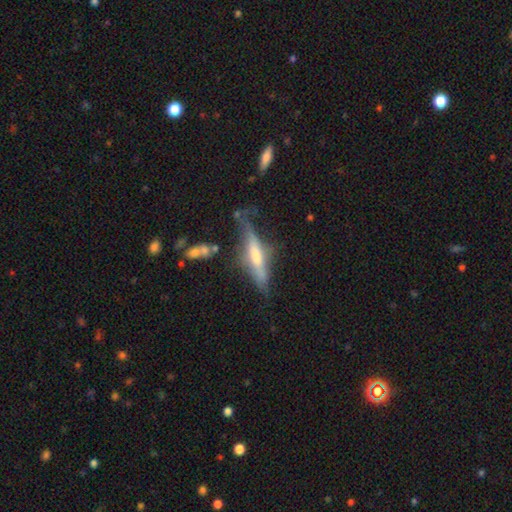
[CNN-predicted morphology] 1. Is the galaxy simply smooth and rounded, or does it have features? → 60% featured or disk, 32% smooth, 7% star or artifact.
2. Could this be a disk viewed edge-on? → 88% yes, 12% no.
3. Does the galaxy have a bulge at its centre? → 64% rounded, 21% boxy, 16% none.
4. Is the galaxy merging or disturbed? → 57% none, 26% minor disturbance, 12% major disturbance, 5% merger.